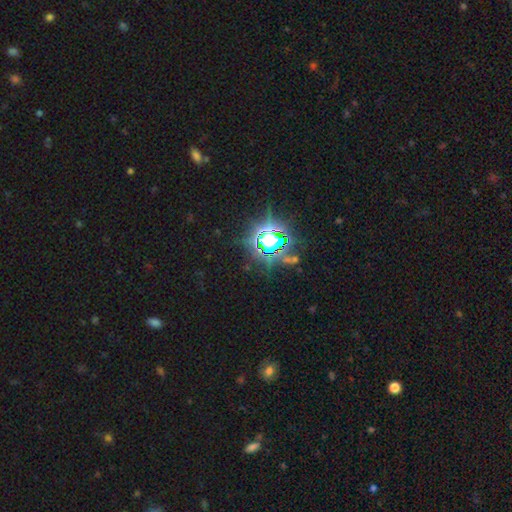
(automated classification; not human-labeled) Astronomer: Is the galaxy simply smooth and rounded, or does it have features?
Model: star or artifact — 80%.